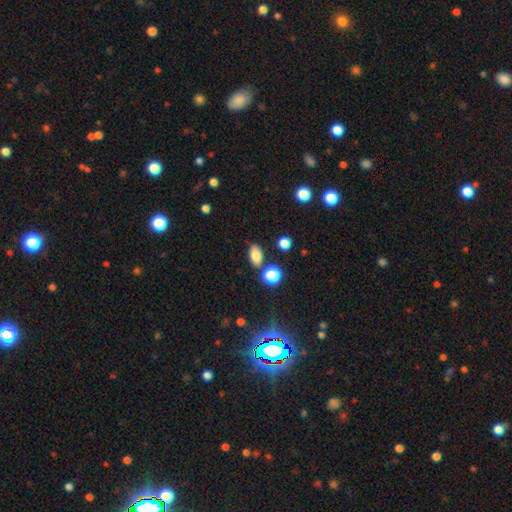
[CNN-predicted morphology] smooth_or_featured: smooth (p=0.80) [alt: star or artifact p=0.12]
how_rounded: in between (p=0.85) [alt: round p=0.13]
merging: none (p=0.79) [alt: minor disturbance p=0.11]